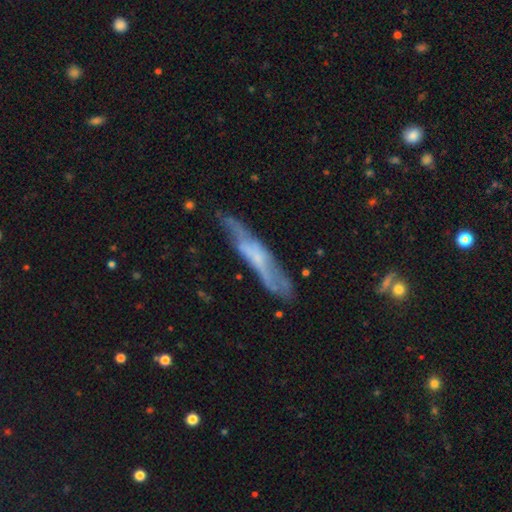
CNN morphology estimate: featured or disk 59%, smooth 33%, star or artifact 7%. Down the decision tree: edge-on disk — yes (69%); merging — none (65%).